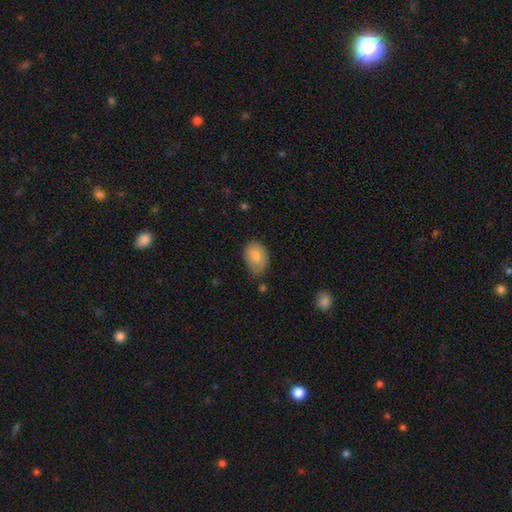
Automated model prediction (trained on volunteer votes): Overall: smooth (80%). How rounded: in between (84%). Merging: none (65%; minor disturbance 27%).